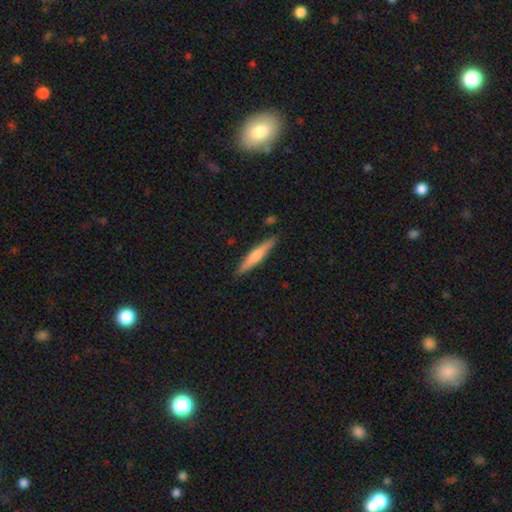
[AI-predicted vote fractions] Smooth or featured? Predicted: smooth (p=0.56). How rounded? Predicted: cigar-shaped (p=0.92). Merging? Predicted: none (p=0.88).